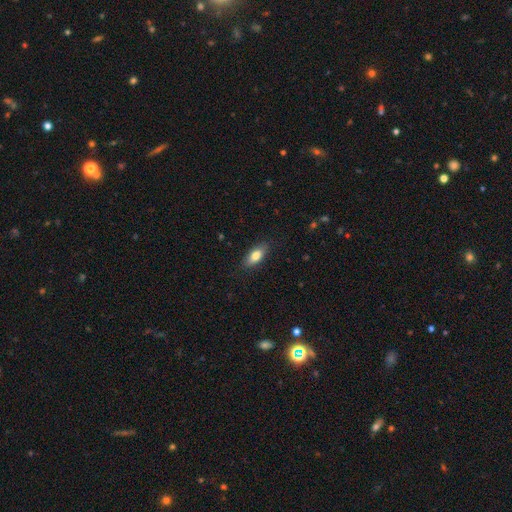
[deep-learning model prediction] This is likely a smooth galaxy (80%). How rounded: clearly in between (81%). Merging: clearly none (86%).